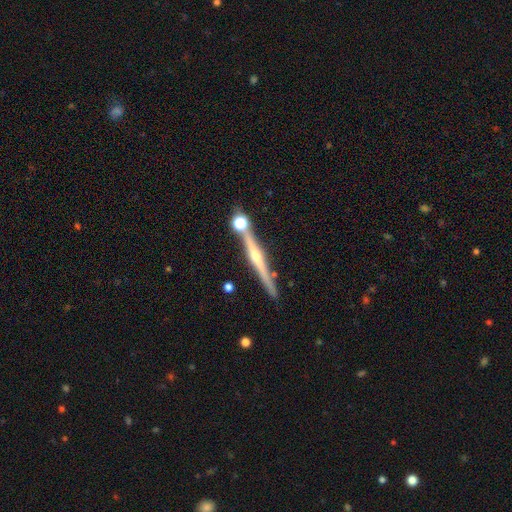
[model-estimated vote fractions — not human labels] Morphology: type=featured or disk (79%); edge-on=yes (97%); edge-on bulge=rounded (82%); merging=none (79%).